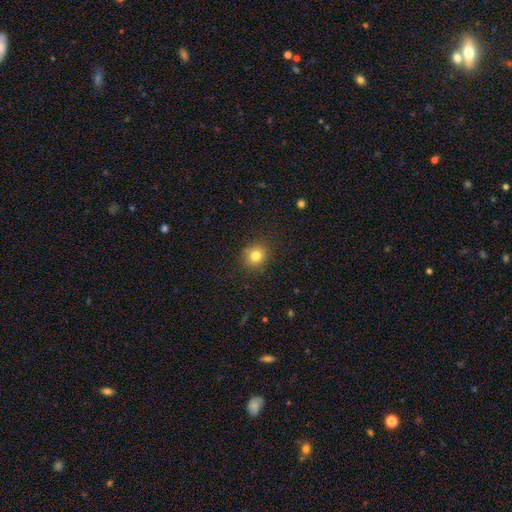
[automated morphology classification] This appears to be a smooth galaxy with no disk features (80%) that is round (79%). Merging: none (86%).